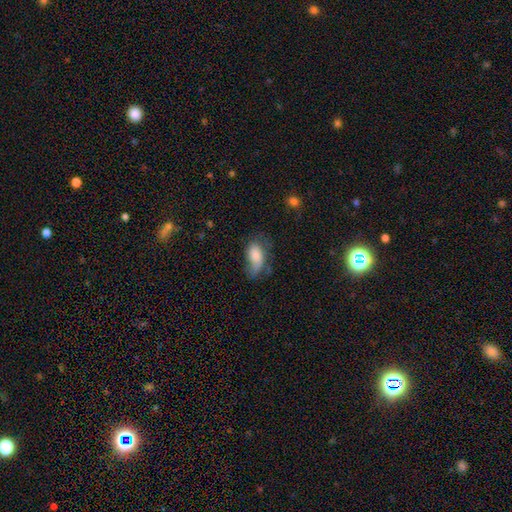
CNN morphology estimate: type=smooth (72%); roundness=in between (91%); merging=none (35%).